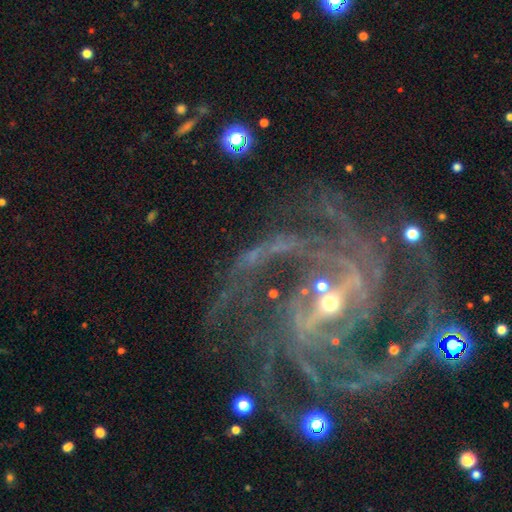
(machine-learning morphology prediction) featured or disk 91%, star or artifact 7%, smooth 2%. Down the decision tree: edge-on disk — no (97%); bar — strong (61%); spiral arms — yes (98%); spiral arm count — 2 (29%); spiral winding — medium (50%); bulge size — small (68%); merging — none (63%).